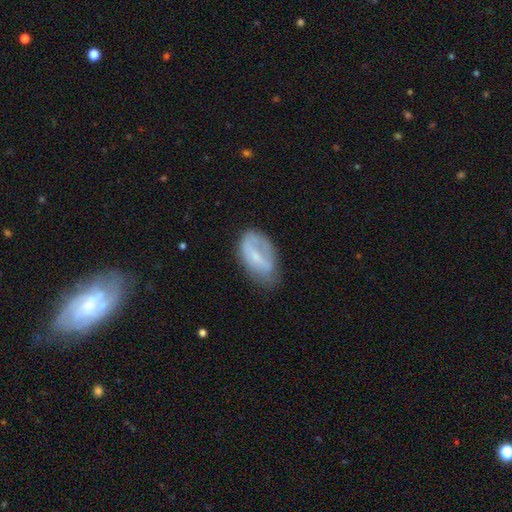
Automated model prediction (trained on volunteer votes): Smooth or featured?
  - featured or disk: 47% *
  - smooth: 45%
  - star or artifact: 8%
Merging?
  - none: 51% *
  - minor disturbance: 32%
  - major disturbance: 15%
  - merger: 2%